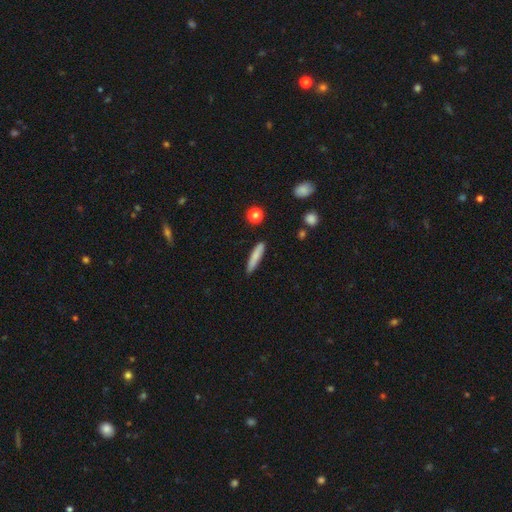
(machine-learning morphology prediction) Q: Smooth or featured?
A: smooth (80%); runner-up: featured or disk (13%)
Q: How rounded?
A: cigar-shaped (87%); runner-up: in between (12%)
Q: Merging?
A: none (85%); runner-up: minor disturbance (11%)